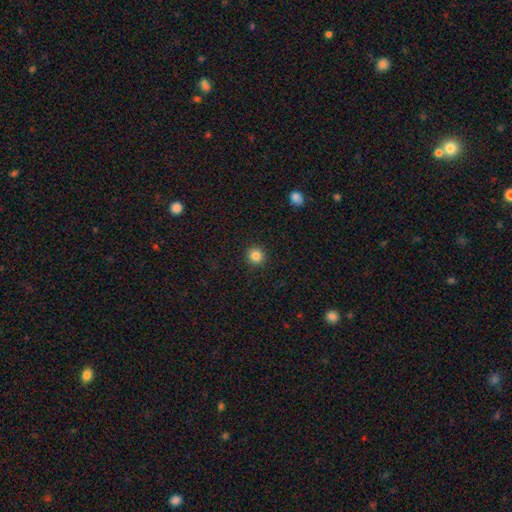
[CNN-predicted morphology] Smooth or featured? Predicted: smooth (p=0.84). How rounded? Predicted: round (p=0.94). Merging? Predicted: none (p=0.92).